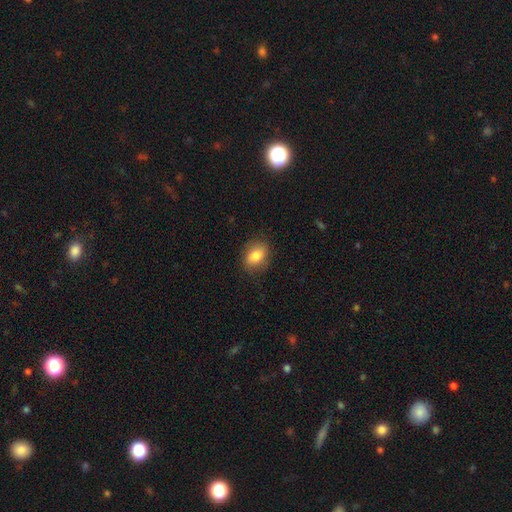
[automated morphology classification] Smooth or featured: smooth — 81% (featured or disk — 11%)
How rounded: in between — 70% (round — 29%)
Merging: none — 81% (minor disturbance — 14%)